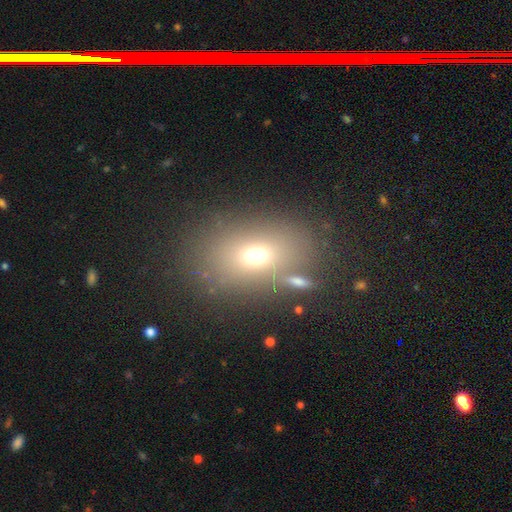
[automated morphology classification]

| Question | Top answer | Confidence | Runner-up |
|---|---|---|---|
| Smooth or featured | smooth | 67% | star or artifact (18%) |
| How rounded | in between | 73% | round (25%) |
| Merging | none | 73% | minor disturbance (11%) |